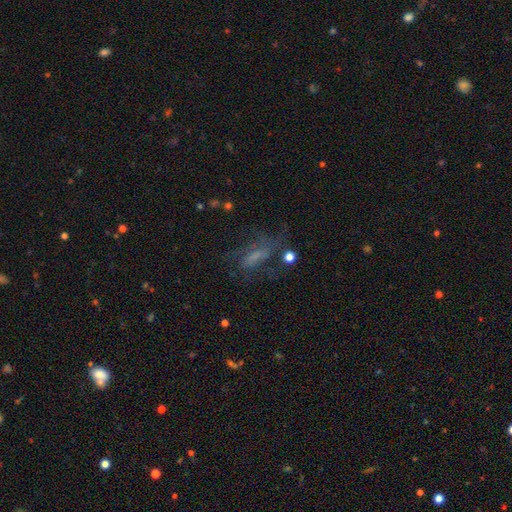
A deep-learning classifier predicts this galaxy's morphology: The model was most divided on "smooth or featured" (2-way tie): featured or disk: 39%, smooth: 39%, star or artifact: 21%. Remaining: merging — none (49%).